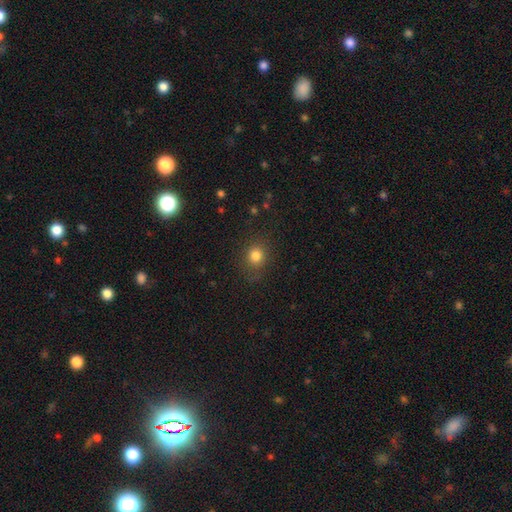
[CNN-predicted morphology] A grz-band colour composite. It shows a smooth galaxy with no disk features (81%) that is round (78%). Merging: none (83%).